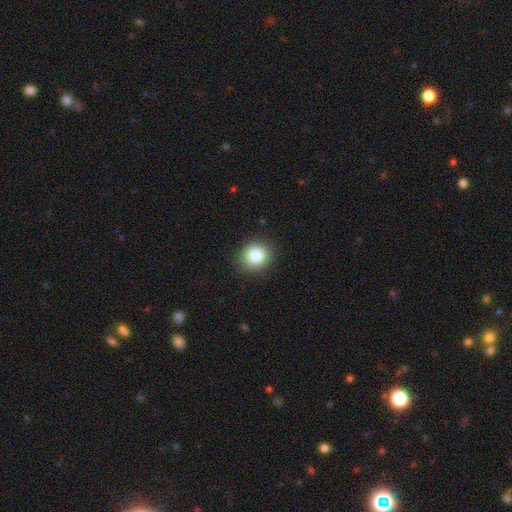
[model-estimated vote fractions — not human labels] Smooth or featured? smooth (82%)
How rounded? round (87%)
Merging? none (90%)